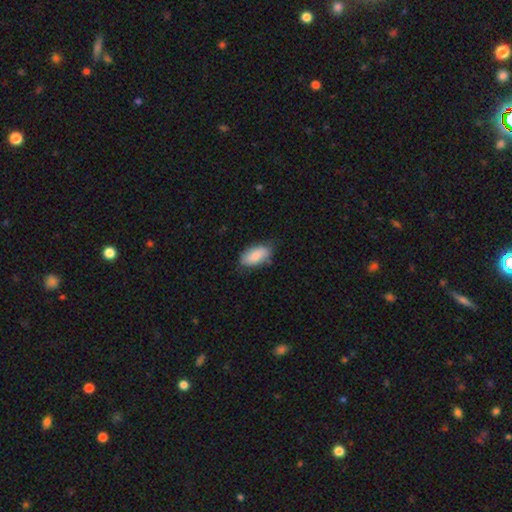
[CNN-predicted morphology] smooth_or_featured: smooth (p=0.84) [alt: featured or disk p=0.10]
how_rounded: in between (p=0.93) [alt: cigar-shaped p=0.05]
merging: none (p=0.73) [alt: minor disturbance p=0.22]